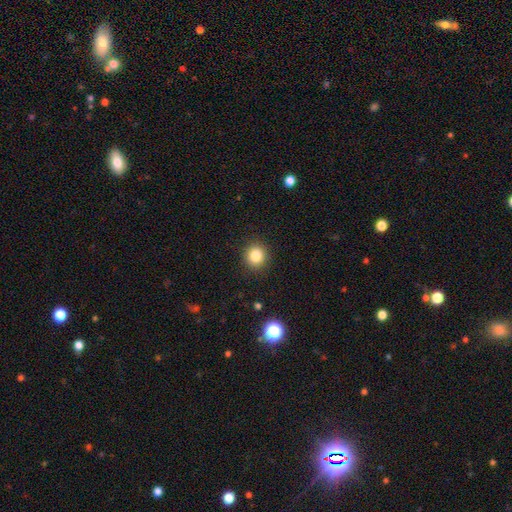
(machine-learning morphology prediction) Overall: smooth (84%). How rounded: round (89%). Merging: none (91%).